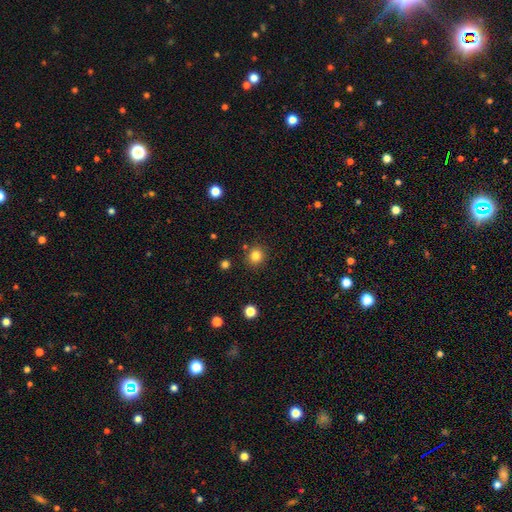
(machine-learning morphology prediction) Smooth or featured: smooth — 81% (star or artifact — 13%)
How rounded: round — 85% (in between — 14%)
Merging: none — 86% (minor disturbance — 8%)